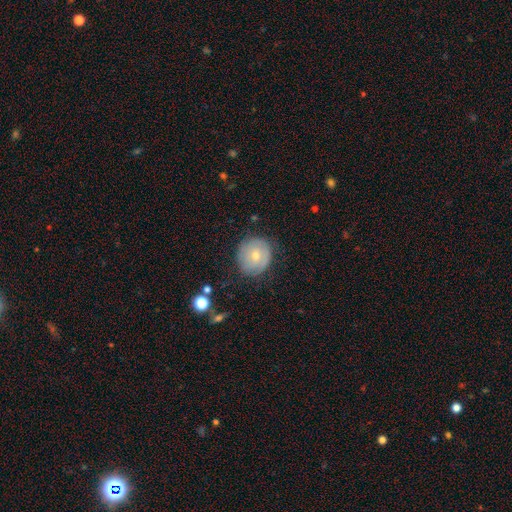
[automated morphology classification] Q: Smooth or featured?
A: smooth (60%); runner-up: featured or disk (33%)
Q: How rounded?
A: round (86%); runner-up: in between (14%)
Q: Merging?
A: none (75%); runner-up: minor disturbance (19%)